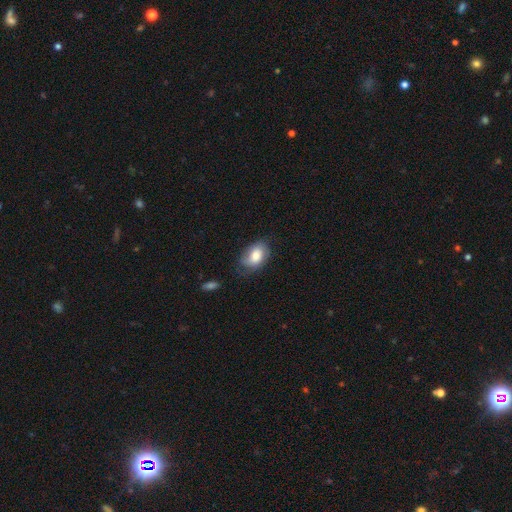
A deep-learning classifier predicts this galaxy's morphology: Smooth or featured?
  - smooth: 65% *
  - featured or disk: 27%
  - star or artifact: 8%
How rounded?
  - in between: 86% *
  - round: 12%
  - cigar-shaped: 1%
Merging?
  - none: 60% *
  - minor disturbance: 29%
  - major disturbance: 10%
  - merger: 2%